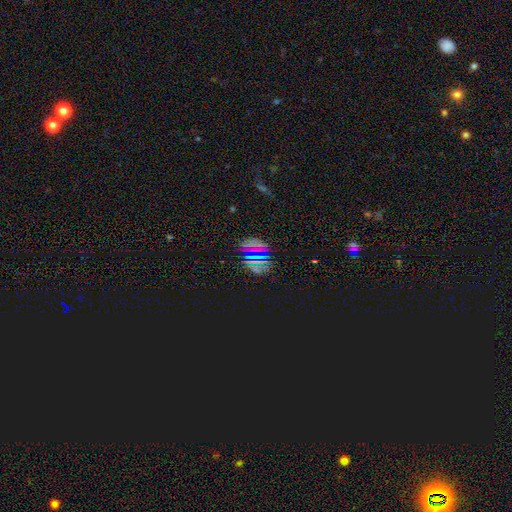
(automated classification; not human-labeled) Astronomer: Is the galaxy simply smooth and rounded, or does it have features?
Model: star or artifact — 52% (runner-up: smooth, 39%).